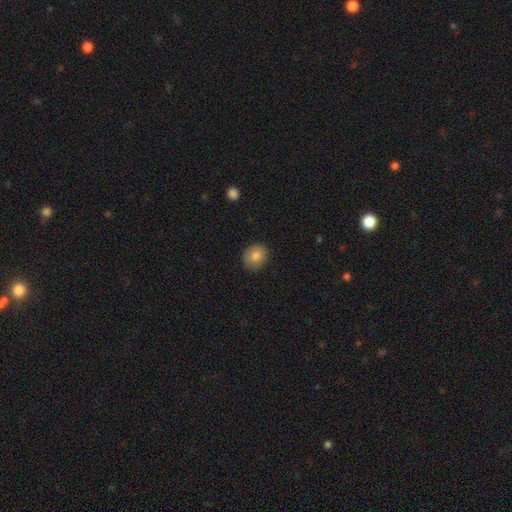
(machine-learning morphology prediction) Smooth or featured?
  - smooth: 83% *
  - featured or disk: 9%
  - star or artifact: 8%
How rounded?
  - round: 66% *
  - in between: 33%
  - cigar-shaped: 1%
Merging?
  - none: 85% *
  - minor disturbance: 11%
  - major disturbance: 2%
  - merger: 1%